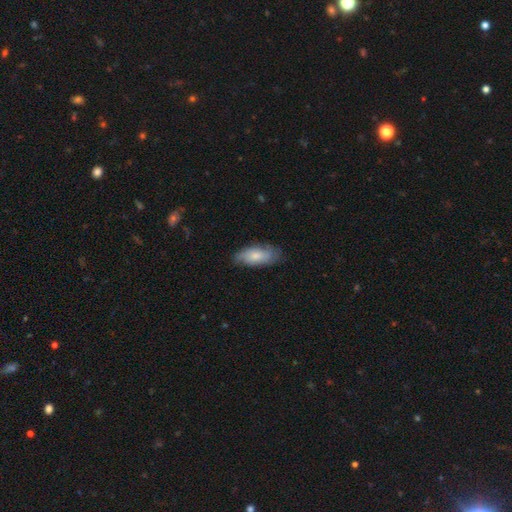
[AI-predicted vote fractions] smooth_or_featured: smooth (p=0.65) [alt: featured or disk p=0.29]
how_rounded: in between (p=0.81) [alt: cigar-shaped p=0.17]
merging: none (p=0.71) [alt: minor disturbance p=0.23]